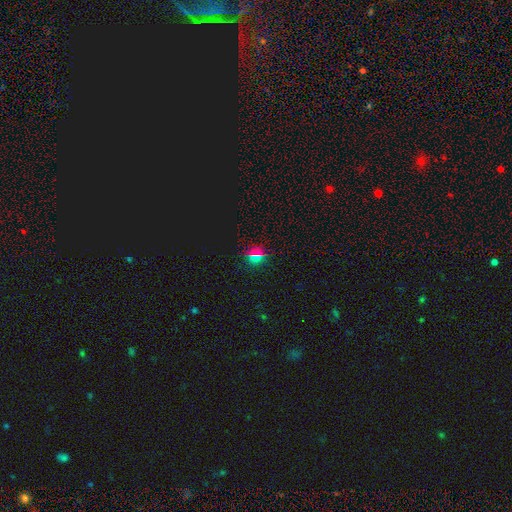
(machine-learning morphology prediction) Overall: smooth (53%; star or artifact 39%). How rounded: round (89%). Merging: none (88%).